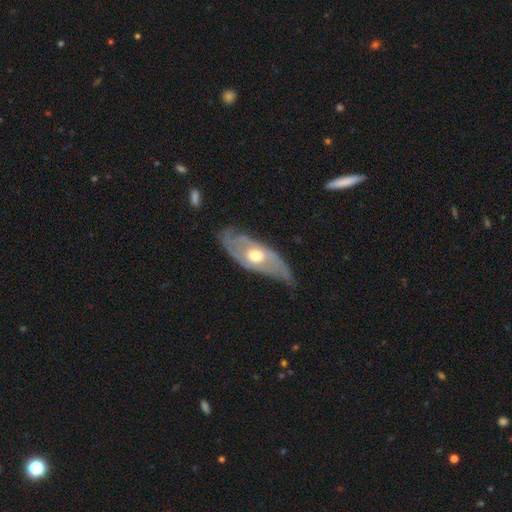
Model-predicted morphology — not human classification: Overall: featured or disk (72%). Edge-on disk: no (80%). Bar: no (80%). Spiral arms: yes (67%; no 33%). Bulge size: moderate (70%). Merging: none (63%; minor disturbance 25%).